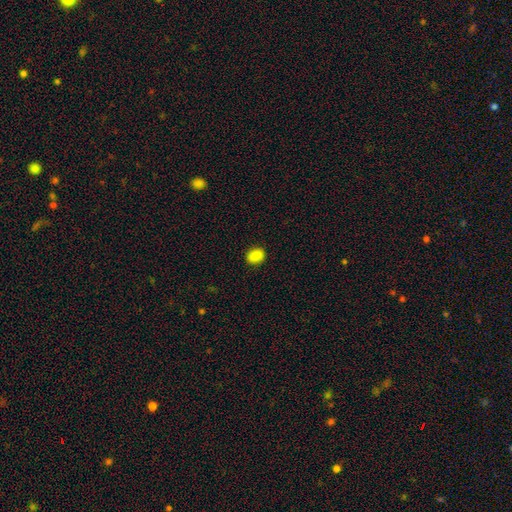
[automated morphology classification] smooth 87%, star or artifact 9%, featured or disk 3%. Down the decision tree: how rounded — in between (64%); merging — none (89%).